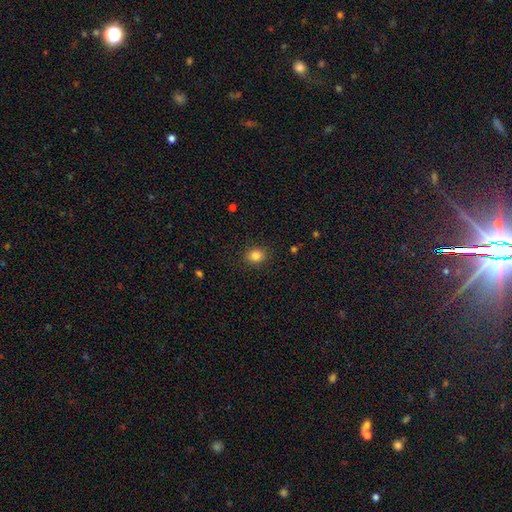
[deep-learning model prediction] smooth-or-featured: smooth: 84% | star or artifact: 11% | featured or disk: 5%
  how-rounded: round: 63% | in between: 36% | cigar-shaped: 1%
  merging: none: 89% | minor disturbance: 8% | major disturbance: 2% | merger: 1%